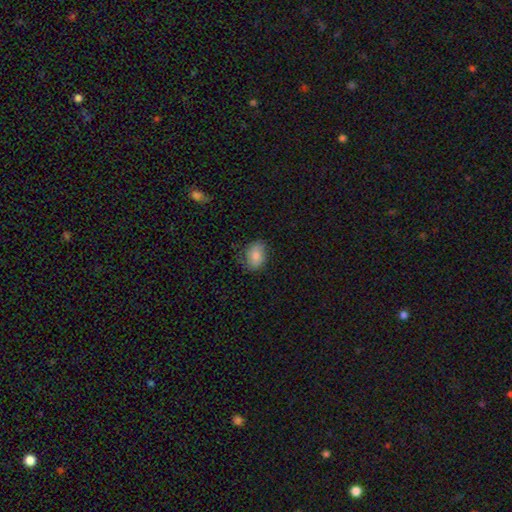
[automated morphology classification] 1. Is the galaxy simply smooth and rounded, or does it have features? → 79% smooth, 13% featured or disk, 8% star or artifact.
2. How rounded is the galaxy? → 74% in between, 25% round, 1% cigar-shaped.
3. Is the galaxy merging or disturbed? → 74% none, 20% minor disturbance, 5% major disturbance, 1% merger.